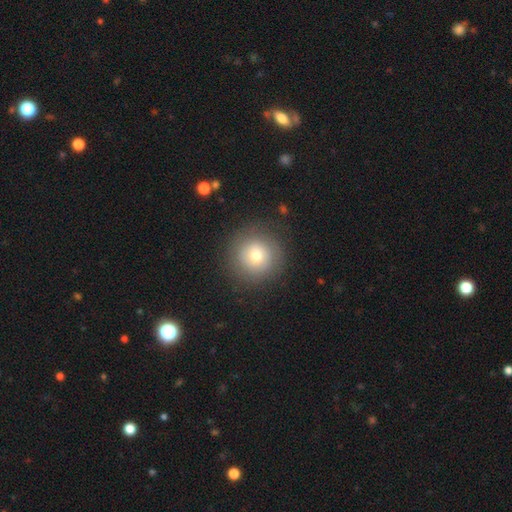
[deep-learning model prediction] smooth-or-featured: smooth: 71% | featured or disk: 17% | star or artifact: 12%
  how-rounded: round: 95% | in between: 4% | cigar-shaped: 1%
  merging: none: 86% | minor disturbance: 9% | major disturbance: 4% | merger: 1%